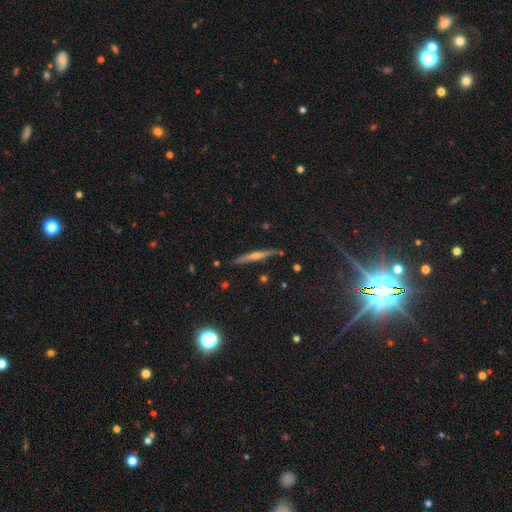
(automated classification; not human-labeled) featured or disk 66%, smooth 24%, star or artifact 10%. Down the decision tree: edge-on disk — yes (97%); edge-on bulge — rounded (75%); merging — none (88%).